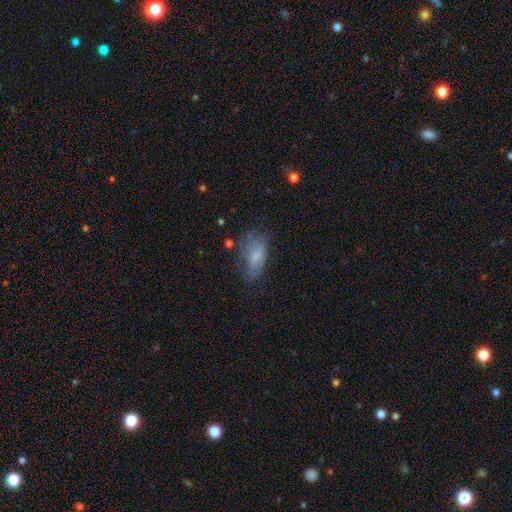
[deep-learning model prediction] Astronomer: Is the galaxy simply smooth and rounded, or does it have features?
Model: smooth — 62%.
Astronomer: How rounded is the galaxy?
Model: in between — 87%.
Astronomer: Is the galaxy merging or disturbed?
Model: none — 52% (runner-up: minor disturbance, 29%).